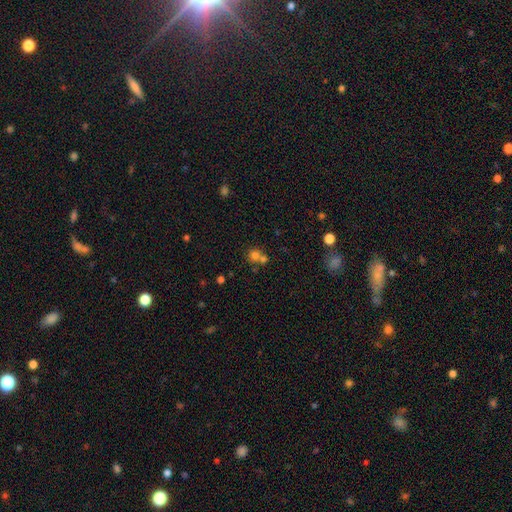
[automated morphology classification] Smooth or featured? smooth (70%)
How rounded? round (87%)
Merging? none (48%)